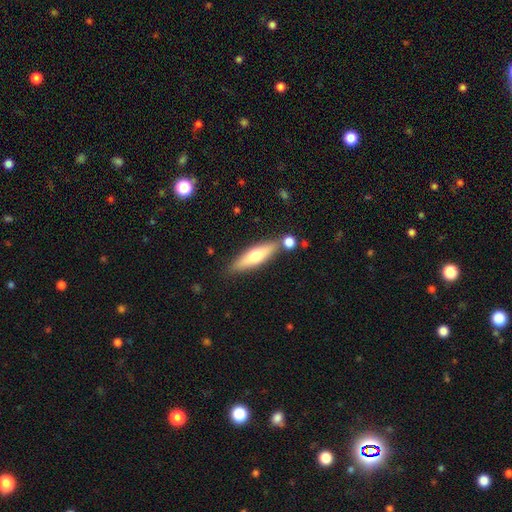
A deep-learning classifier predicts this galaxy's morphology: A smooth galaxy with no disk features (56%) that is cigar-shaped (68%). Merging: none (75%).